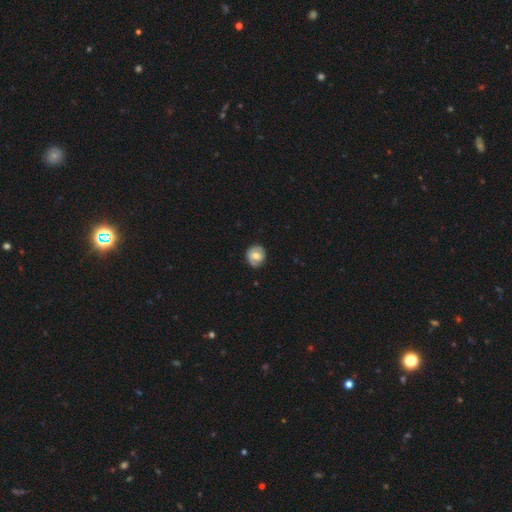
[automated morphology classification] Smooth or featured? Predicted: smooth (p=0.51). How rounded? Predicted: round (p=0.79). Merging? Predicted: none (p=0.75).